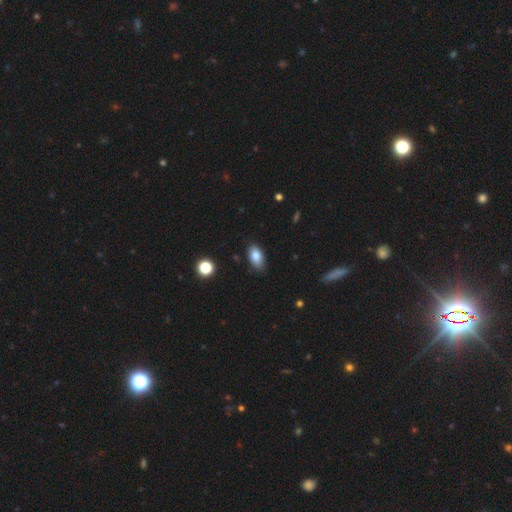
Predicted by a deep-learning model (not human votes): A smooth galaxy with no disk features (84%) that is in between round and cigar-shaped (91%). Merging: none (80%).